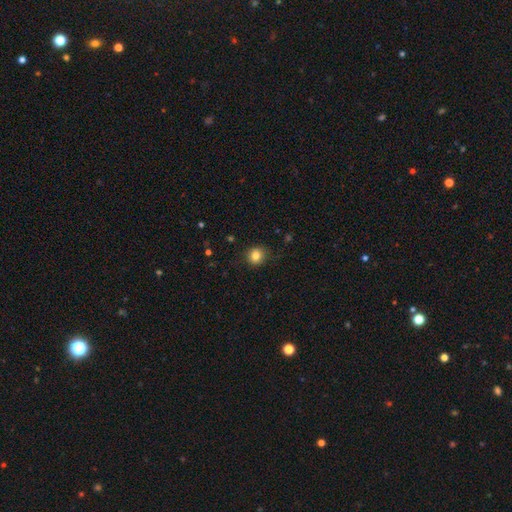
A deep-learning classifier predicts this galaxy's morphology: Q: Smooth or featured?
A: smooth (83%); runner-up: star or artifact (11%)
Q: How rounded?
A: round (86%); runner-up: in between (13%)
Q: Merging?
A: none (87%); runner-up: minor disturbance (10%)